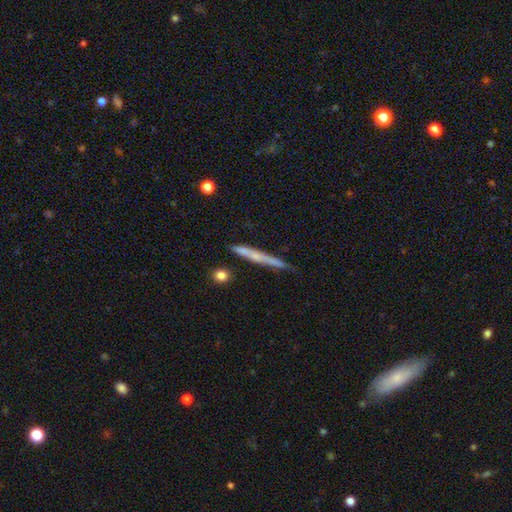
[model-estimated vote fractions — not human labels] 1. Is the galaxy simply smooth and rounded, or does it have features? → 47% smooth, 46% featured or disk, 6% star or artifact.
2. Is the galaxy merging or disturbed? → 77% none, 16% minor disturbance, 4% merger, 3% major disturbance.